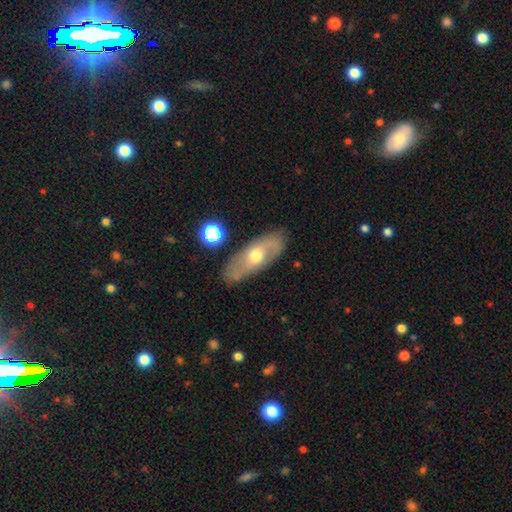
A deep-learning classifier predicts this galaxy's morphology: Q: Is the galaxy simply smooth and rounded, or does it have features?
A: featured or disk — 50%.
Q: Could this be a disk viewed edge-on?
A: no — 78%.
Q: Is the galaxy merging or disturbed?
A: none — 79%.